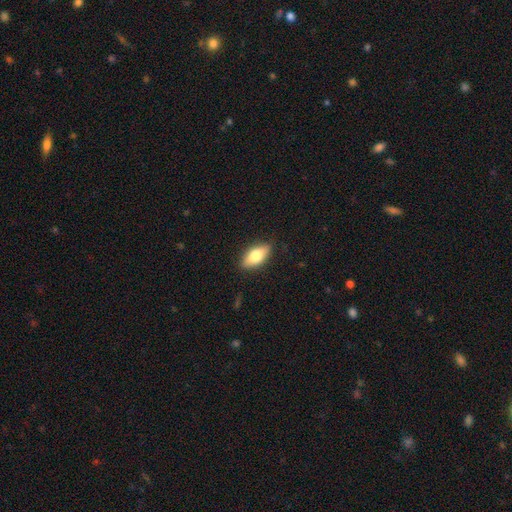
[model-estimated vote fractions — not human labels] smooth_or_featured: smooth (p=0.74) [alt: featured or disk p=0.19]
how_rounded: in between (p=0.86) [alt: cigar-shaped p=0.10]
merging: none (p=0.86) [alt: minor disturbance p=0.11]